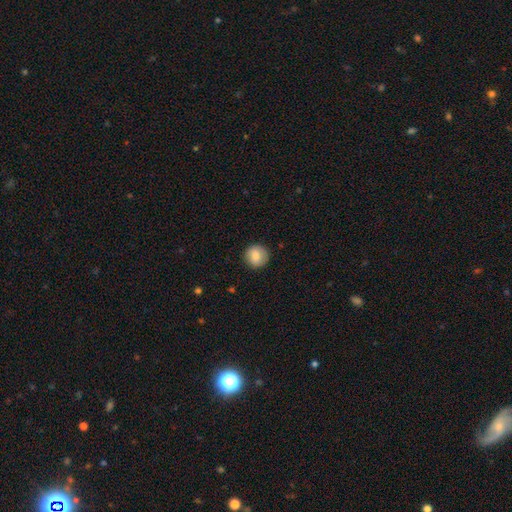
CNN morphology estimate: Smooth or featured?
  - smooth: 81% *
  - featured or disk: 11%
  - star or artifact: 8%
How rounded?
  - round: 93% *
  - in between: 6%
  - cigar-shaped: 1%
Merging?
  - none: 89% *
  - minor disturbance: 8%
  - major disturbance: 2%
  - merger: 1%